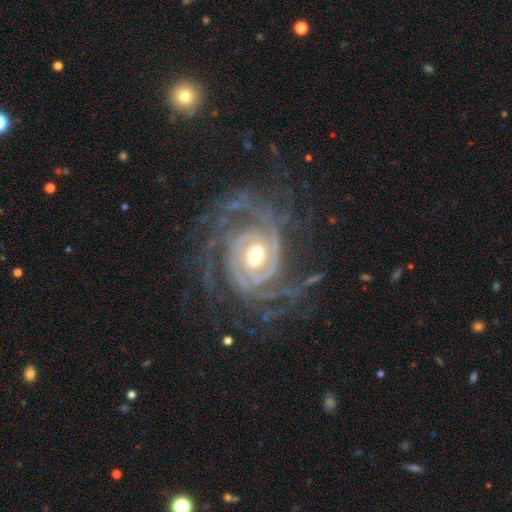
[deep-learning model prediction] Smooth or featured? featured or disk (92%)
Edge-on disk? no (97%)
Bar? no (53%)
Spiral arms? yes (98%)
Spiral winding? tight (67%)
Spiral arm count? 3 (21%)
Bulge size? moderate (68%)
Merging? none (65%)